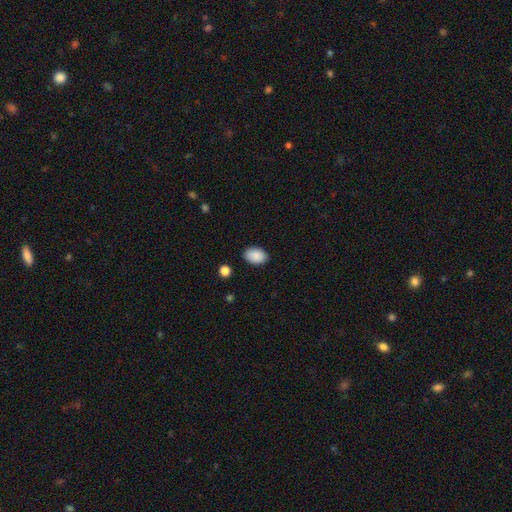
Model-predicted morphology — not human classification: This appears to be a smooth galaxy with no disk features (89%) that is in between round and cigar-shaped (88%). Merging: none (87%).